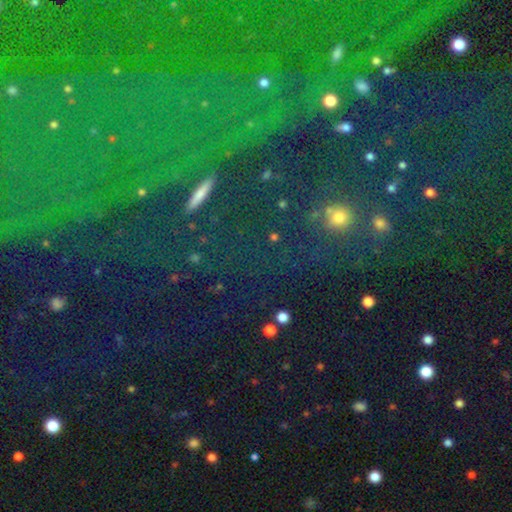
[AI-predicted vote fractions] Smooth or featured? star or artifact (63%)